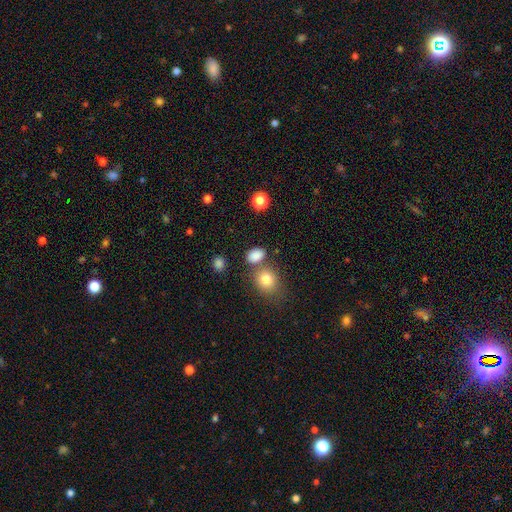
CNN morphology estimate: The model was most divided on "how rounded": in between: 73%, round: 26%, cigar-shaped: 1%. More confident: smooth or featured — smooth (84%); merging — none (68%).